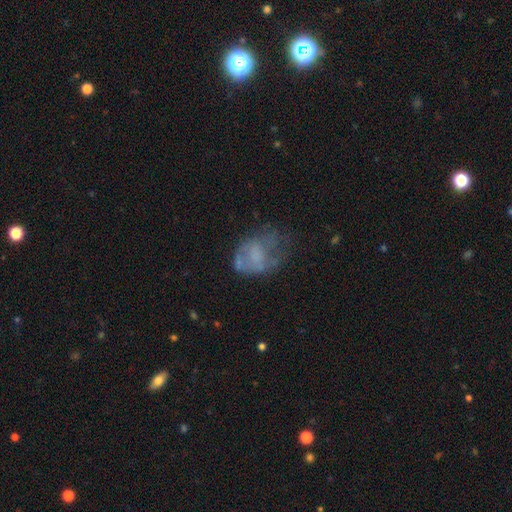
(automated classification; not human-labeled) Morphology: type=smooth (45%); merging=major disturbance (36%).